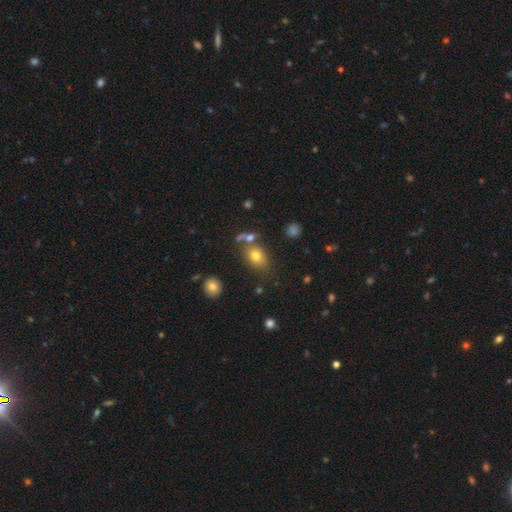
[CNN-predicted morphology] This appears to be a smooth galaxy with no disk features (74%) that is in between round and cigar-shaped (70%). Merging: none (65%).